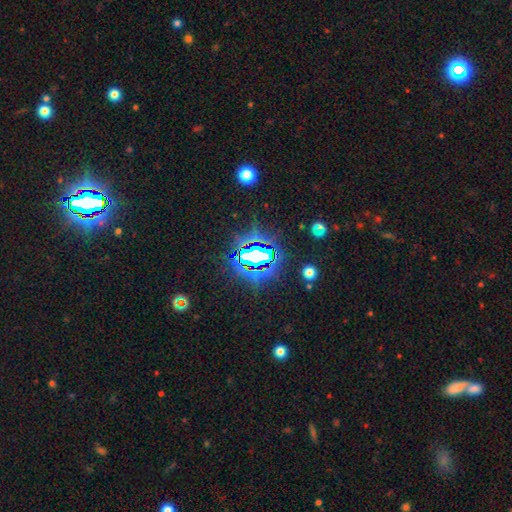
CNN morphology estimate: Smooth or featured: star or artifact — 76% (featured or disk — 12%)